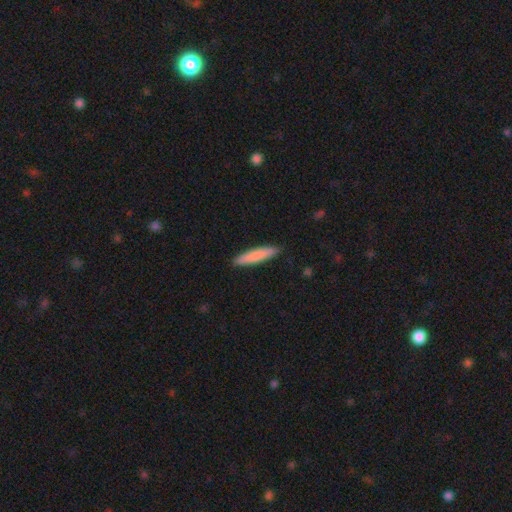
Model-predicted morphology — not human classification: Smooth or featured? smooth (83%)
How rounded? cigar-shaped (87%)
Merging? none (90%)